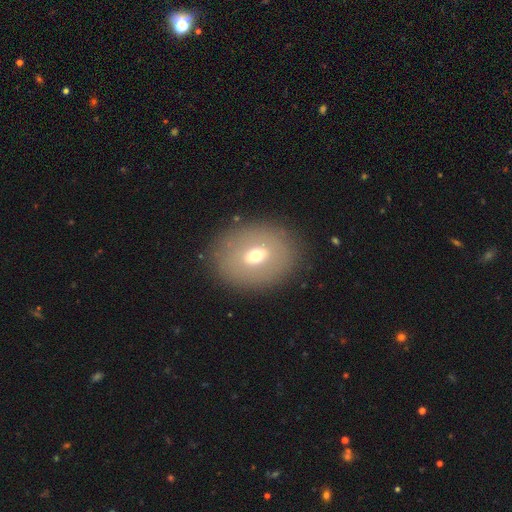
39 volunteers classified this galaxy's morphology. A smooth galaxy with no disk features (46%, tied with featured or disk) that is in between round and cigar-shaped (56%). Merging: none (83%).